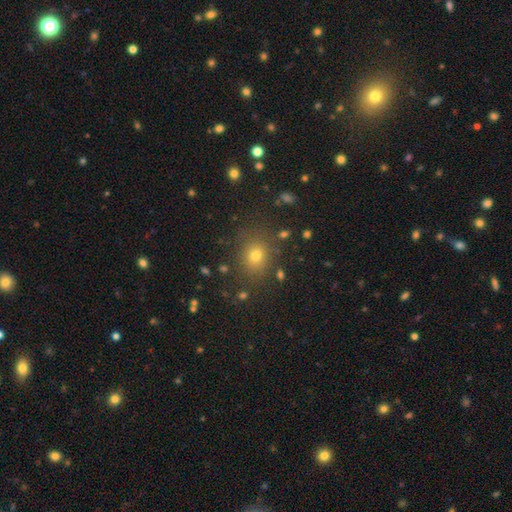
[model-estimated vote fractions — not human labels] A smooth galaxy with no disk features (71%) that is round (70%).

Vote fractions:
- Smooth or featured? smooth: 71% / star or artifact: 21% / featured or disk: 8%
- How rounded? round: 70% / in between: 29% / cigar-shaped: 1%
- Merging? none: 84% / minor disturbance: 10% / major disturbance: 4% / merger: 3%